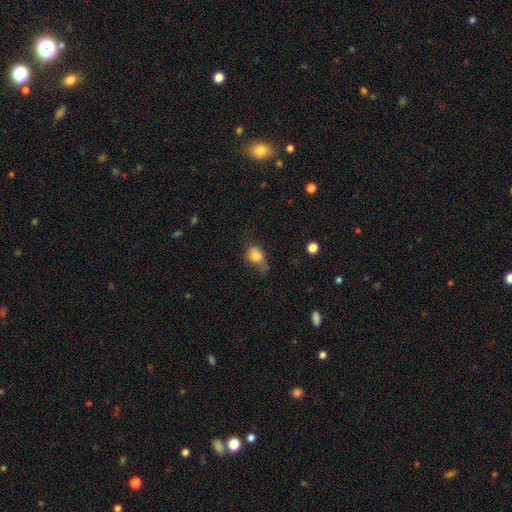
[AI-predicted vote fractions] Overall: smooth (79%). How rounded: in between (61%; round 37%). Merging: minor disturbance (38%; none 33%).